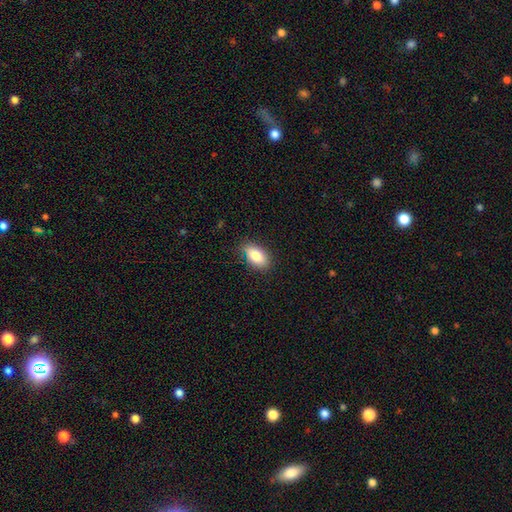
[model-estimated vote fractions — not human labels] Morphology: type=smooth (83%); roundness=in between (91%); merging=none (81%).